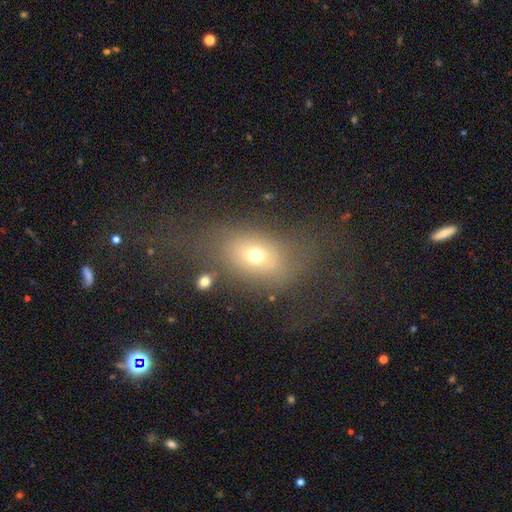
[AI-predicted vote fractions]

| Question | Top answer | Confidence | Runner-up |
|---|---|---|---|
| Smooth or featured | smooth | 64% | featured or disk (21%) |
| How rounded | in between | 65% | round (32%) |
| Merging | none | 49% | major disturbance (27%) |